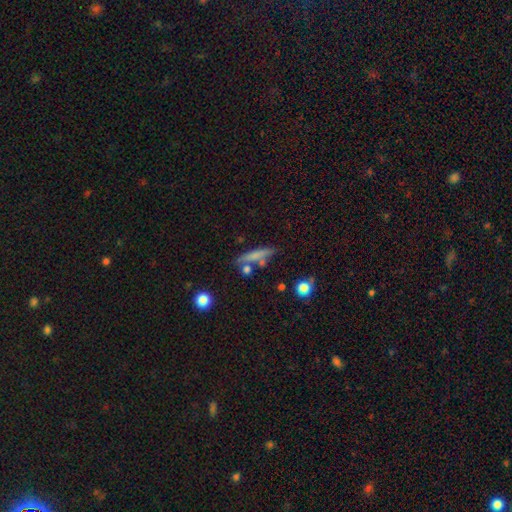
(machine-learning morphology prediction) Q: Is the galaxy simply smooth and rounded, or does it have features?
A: smooth — 66%.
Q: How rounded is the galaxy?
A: cigar-shaped — 83%.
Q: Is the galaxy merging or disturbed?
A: none — 66%.